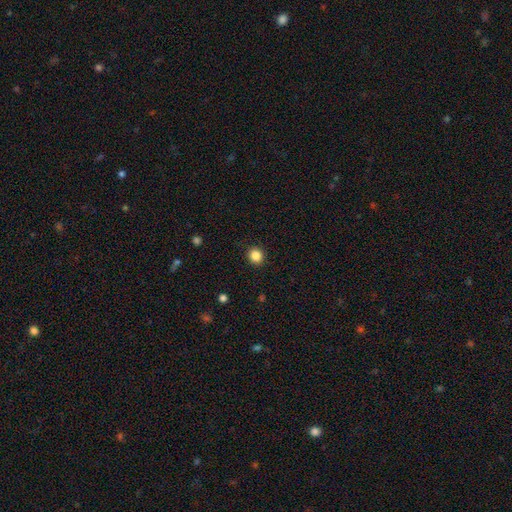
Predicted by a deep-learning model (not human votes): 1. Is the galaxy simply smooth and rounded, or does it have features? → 85% smooth, 11% star or artifact, 4% featured or disk.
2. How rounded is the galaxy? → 89% round, 10% in between, 1% cigar-shaped.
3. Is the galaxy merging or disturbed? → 92% none, 5% minor disturbance, 2% major disturbance, 1% merger.